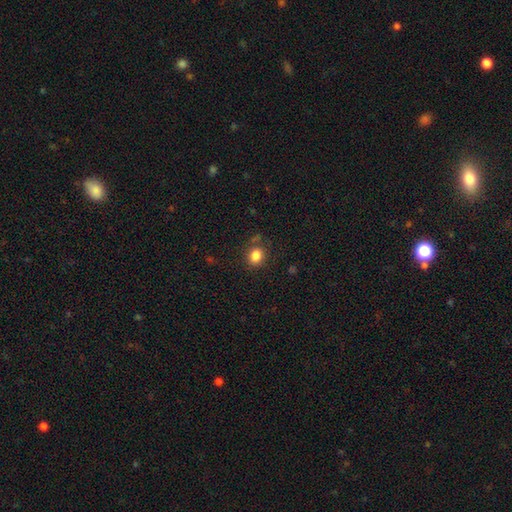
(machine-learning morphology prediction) A smooth galaxy with no disk features (84%) that is round (57%).

Vote fractions:
- Smooth or featured? smooth: 84% / star or artifact: 11% / featured or disk: 5%
- How rounded? round: 57% / in between: 42% / cigar-shaped: 1%
- Merging? none: 78% / minor disturbance: 14% / major disturbance: 5% / merger: 4%